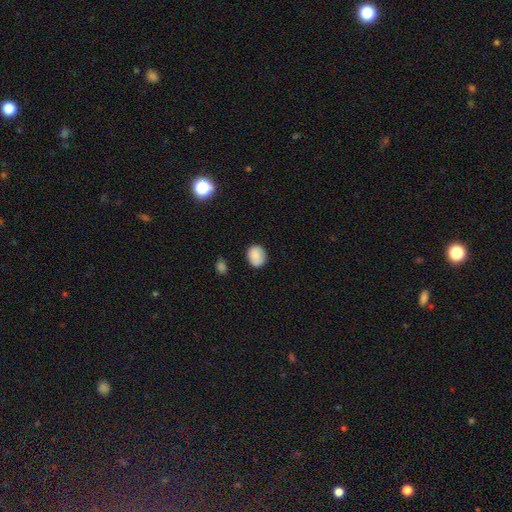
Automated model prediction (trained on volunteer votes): Smooth or featured? smooth (86%)
How rounded? round (54%)
Merging? none (79%)